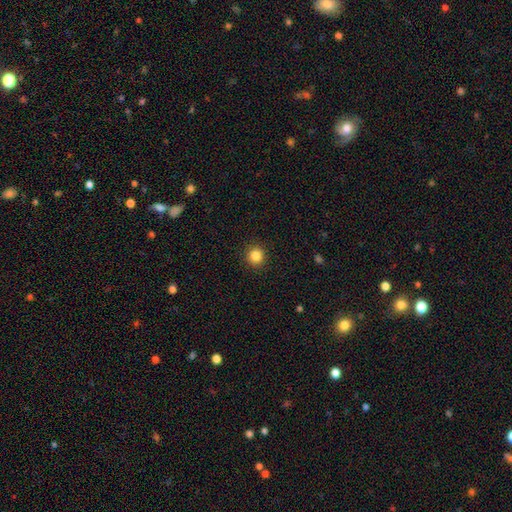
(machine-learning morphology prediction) A smooth galaxy with no disk features (85%) that is round (94%). Merging: none (92%).